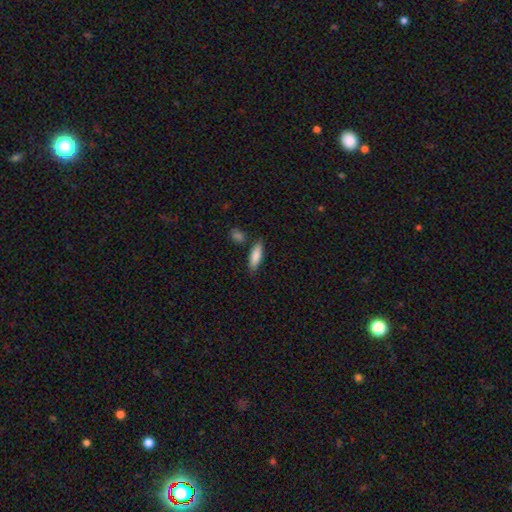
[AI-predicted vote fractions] A smooth galaxy with no disk features (86%) that is in between round and cigar-shaped (55%). Merging: none (80%).